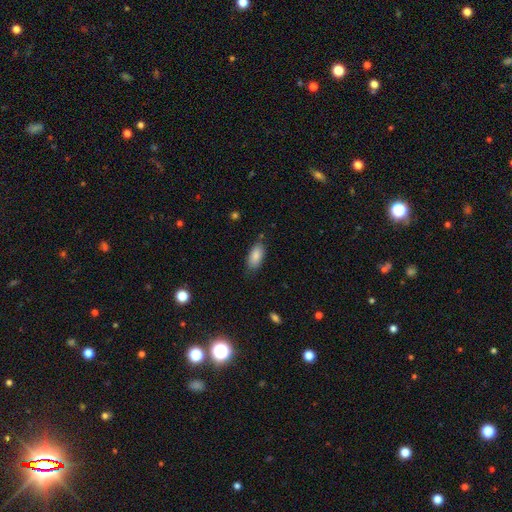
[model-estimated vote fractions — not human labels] A smooth galaxy with no disk features (86%) that is in between round and cigar-shaped (90%).

Vote fractions:
- Smooth or featured? smooth: 86% / featured or disk: 7% / star or artifact: 7%
- How rounded? in between: 90% / cigar-shaped: 8% / round: 2%
- Merging? none: 79% / minor disturbance: 16% / major disturbance: 3% / merger: 2%